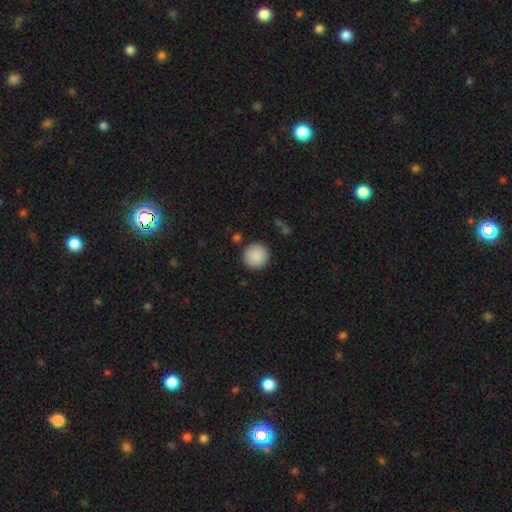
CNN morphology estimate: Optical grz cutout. It shows a smooth galaxy with no disk features (90%) that is round (96%). Merging: none (90%).